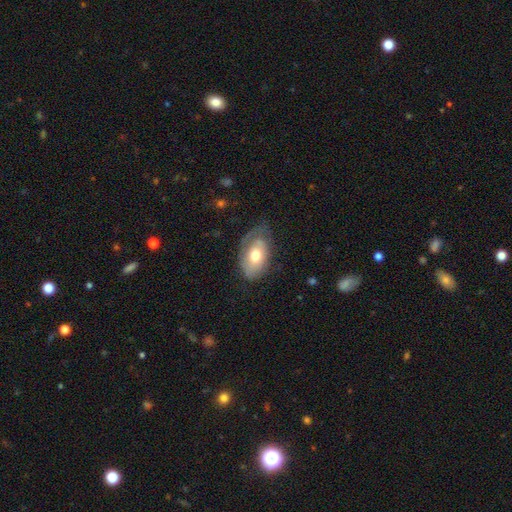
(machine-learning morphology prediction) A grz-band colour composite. It shows a smooth galaxy with no disk features (54%) that is in between round and cigar-shaped (92%). Merging: none (48%).